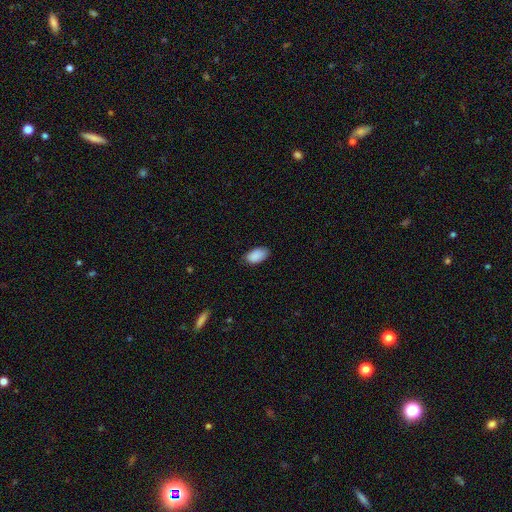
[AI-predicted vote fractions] Smooth or featured? smooth (90%)
How rounded? in between (94%)
Merging? none (78%)